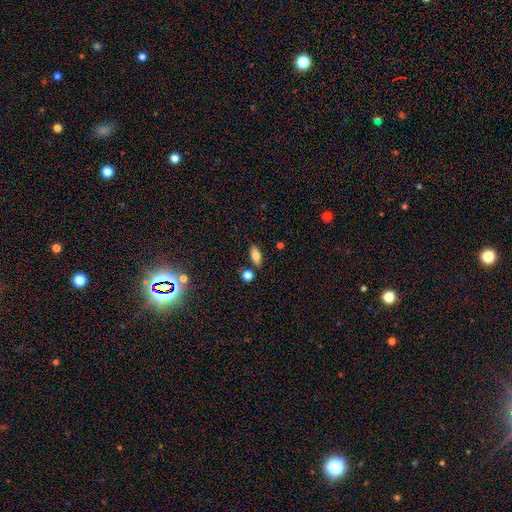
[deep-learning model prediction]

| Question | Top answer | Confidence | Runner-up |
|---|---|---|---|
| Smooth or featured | smooth | 78% | featured or disk (13%) |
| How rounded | in between | 81% | cigar-shaped (15%) |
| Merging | none | 79% | minor disturbance (11%) |